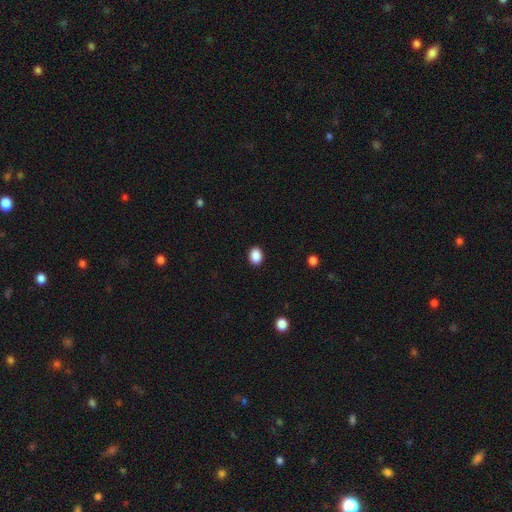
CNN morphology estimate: smooth-or-featured: smooth: 89% | star or artifact: 9% | featured or disk: 3%
  how-rounded: in between: 63% | round: 36% | cigar-shaped: 1%
  merging: none: 91% | minor disturbance: 6% | major disturbance: 2% | merger: 1%